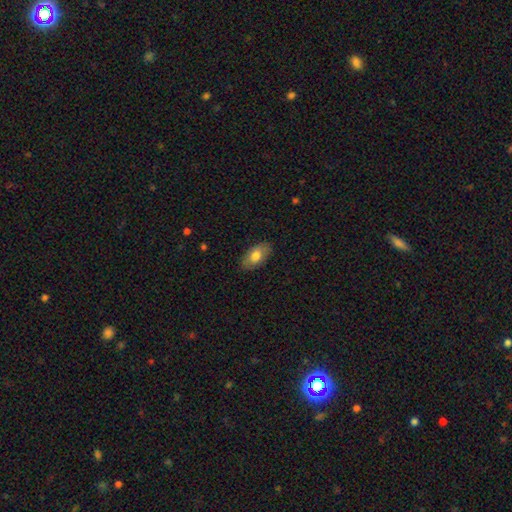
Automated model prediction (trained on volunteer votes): smooth_or_featured: smooth (p=0.77) [alt: featured or disk p=0.17]
how_rounded: in between (p=0.93) [alt: round p=0.04]
merging: none (p=0.86) [alt: minor disturbance p=0.11]